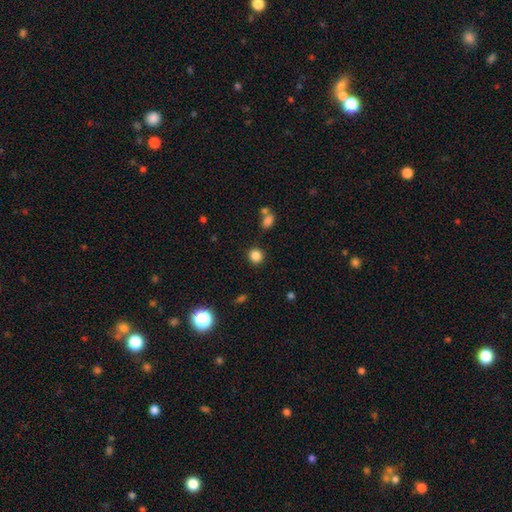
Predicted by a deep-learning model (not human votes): A smooth galaxy with no disk features (85%) that is round (89%). Merging: none (88%).